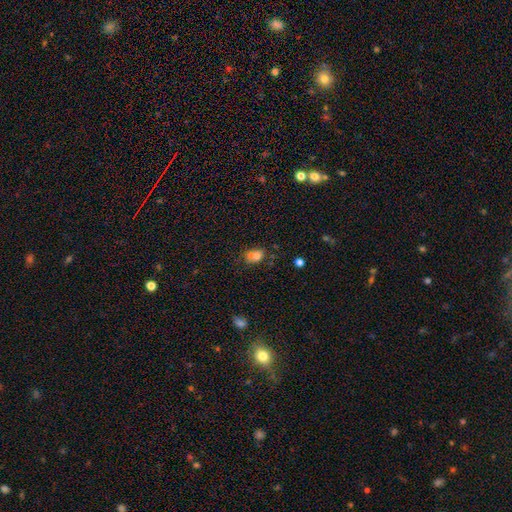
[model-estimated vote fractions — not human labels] Smooth or featured: smooth — 76% (star or artifact — 13%)
How rounded: in between — 69% (round — 29%)
Merging: none — 45% (minor disturbance — 26%)